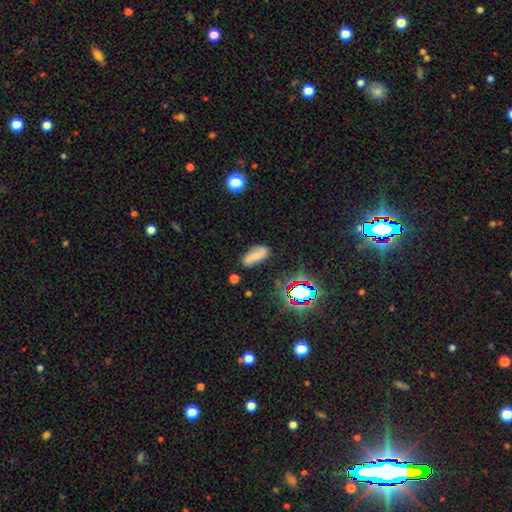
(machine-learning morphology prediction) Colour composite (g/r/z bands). It shows a smooth galaxy with no disk features (54%) that is in between round and cigar-shaped (81%). Merging: none (72%).